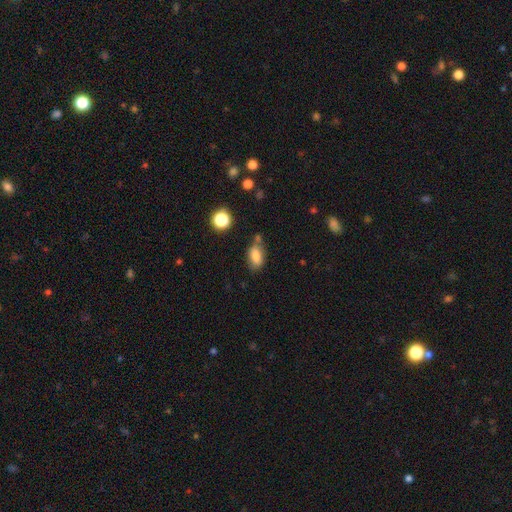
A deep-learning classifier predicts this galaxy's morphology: smooth-or-featured: smooth: 81% | star or artifact: 10% | featured or disk: 9%
  how-rounded: in between: 88% | round: 7% | cigar-shaped: 5%
  merging: none: 61% | minor disturbance: 21% | merger: 13% | major disturbance: 6%